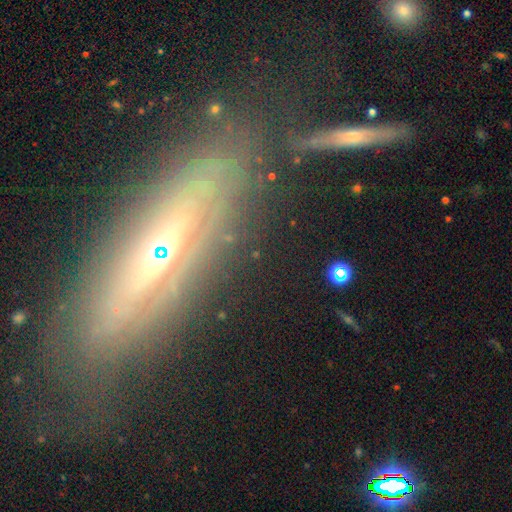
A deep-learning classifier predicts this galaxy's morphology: Smooth or featured?
  - featured or disk: 62% *
  - smooth: 23%
  - star or artifact: 14%
Edge-on disk?
  - yes: 67% *
  - no: 33%
Merging?
  - none: 75% *
  - minor disturbance: 15%
  - major disturbance: 6%
  - merger: 4%